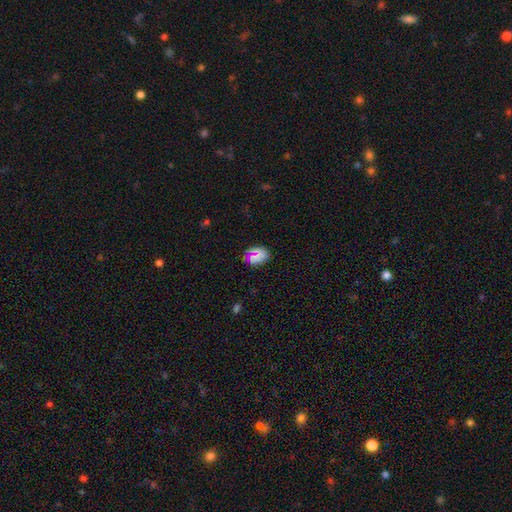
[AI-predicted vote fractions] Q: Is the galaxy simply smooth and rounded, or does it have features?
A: smooth — 67%.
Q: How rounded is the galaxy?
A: in between — 76%.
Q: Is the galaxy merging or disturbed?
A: none — 76%.